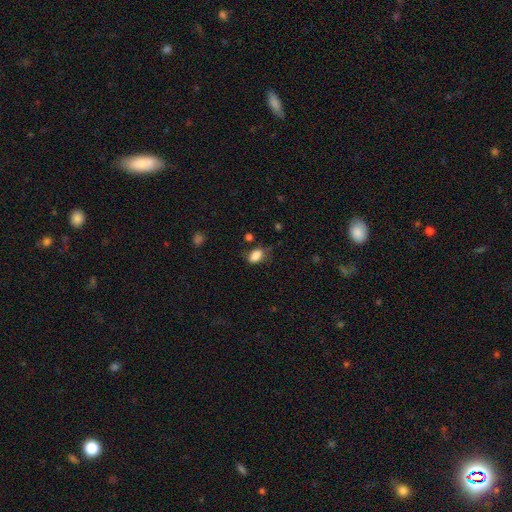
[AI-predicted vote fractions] The model was most divided on "merging": none: 67%, minor disturbance: 23%, major disturbance: 7%, merger: 3%. More confident: smooth or featured — smooth (85%); how rounded — in between (85%).